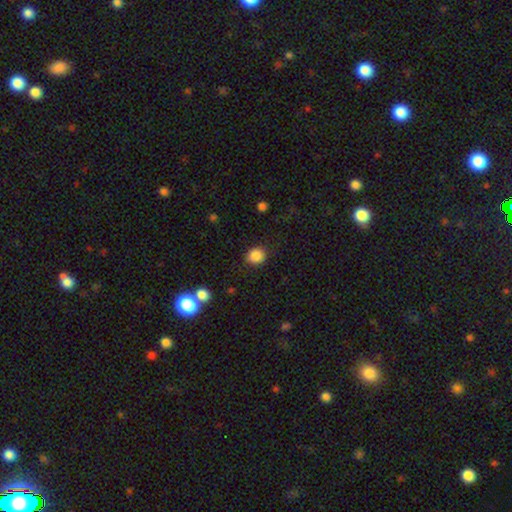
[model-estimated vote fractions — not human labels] smooth 86%, star or artifact 10%, featured or disk 4%. Down the decision tree: how rounded — round (77%); merging — none (86%).